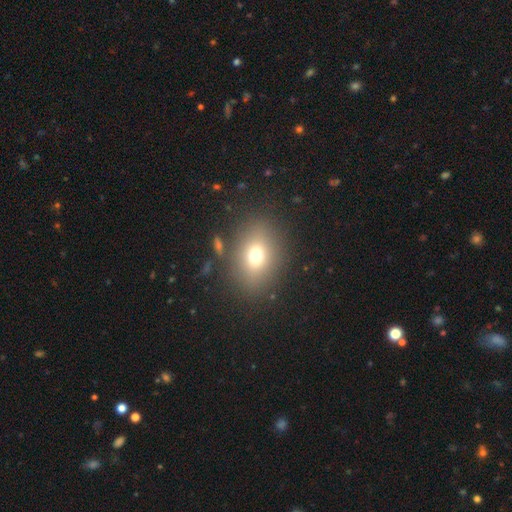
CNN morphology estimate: Overall: smooth (71%). How rounded: in between (57%; round 42%). Merging: none (82%).